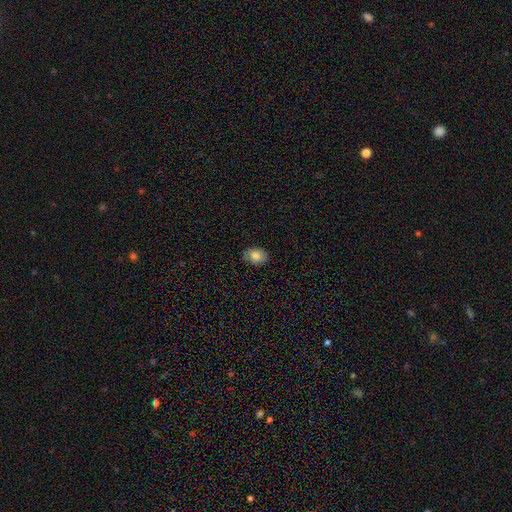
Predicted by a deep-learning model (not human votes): A smooth galaxy with no disk features (81%) that is in between round and cigar-shaped (79%).

Vote fractions:
- Smooth or featured? smooth: 81% / featured or disk: 11% / star or artifact: 8%
- How rounded? in between: 79% / round: 20% / cigar-shaped: 1%
- Merging? none: 84% / minor disturbance: 12% / major disturbance: 2% / merger: 1%